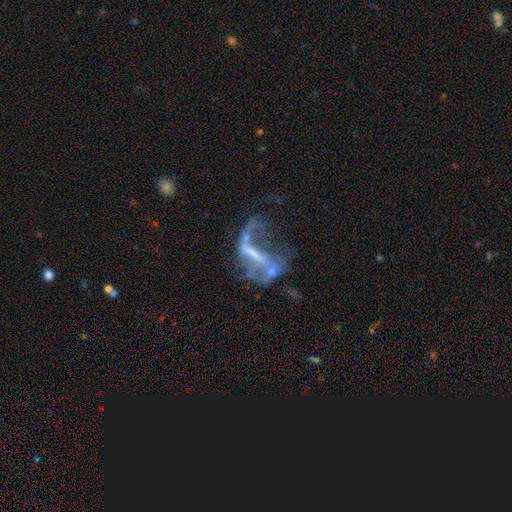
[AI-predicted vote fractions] Smooth or featured? featured or disk (71%)
Edge-on disk? no (93%)
Bar? strong (38%)
Spiral arms? no (57%)
Bulge size? none (54%)
Merging? major disturbance (45%)